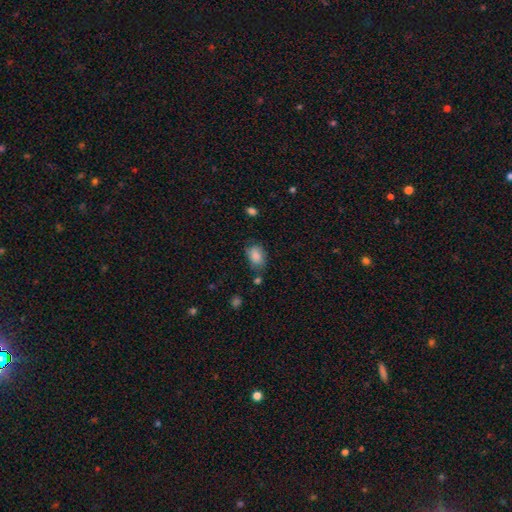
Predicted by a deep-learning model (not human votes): smooth_or_featured: smooth (p=0.86) [alt: star or artifact p=0.08]
how_rounded: in between (p=0.83) [alt: round p=0.16]
merging: none (p=0.64) [alt: minor disturbance p=0.25]